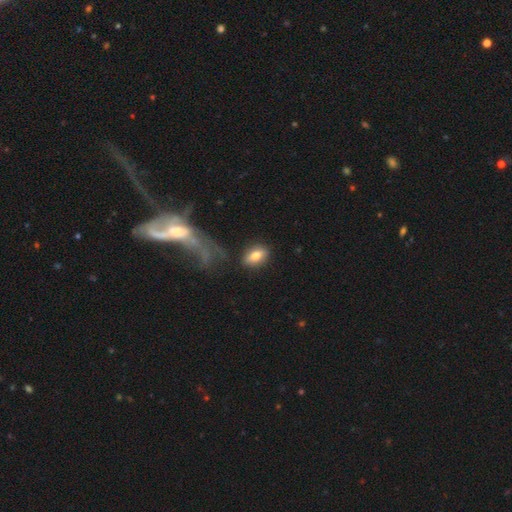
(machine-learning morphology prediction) The model was most divided on "smooth or featured": smooth: 69%, featured or disk: 23%, star or artifact: 8%. More confident: merging — none (83%); how rounded — in between (80%).